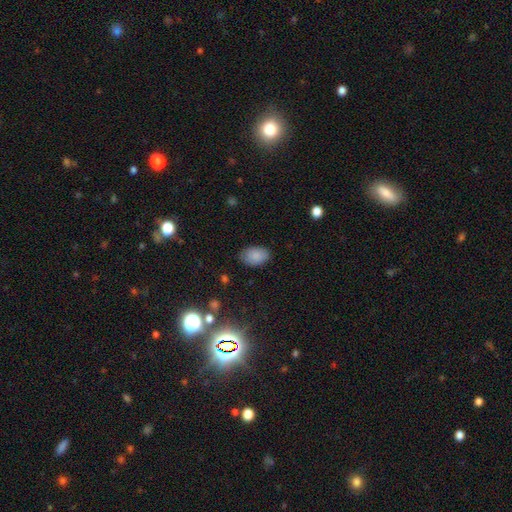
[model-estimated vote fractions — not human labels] Overall: smooth (86%). How rounded: in between (89%). Merging: none (84%).